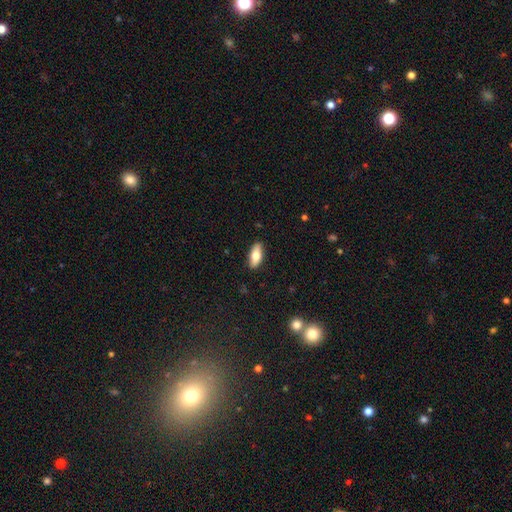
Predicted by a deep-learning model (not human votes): This is likely a smooth galaxy (73%). How rounded: likely in between (79%). Merging: clearly none (88%).